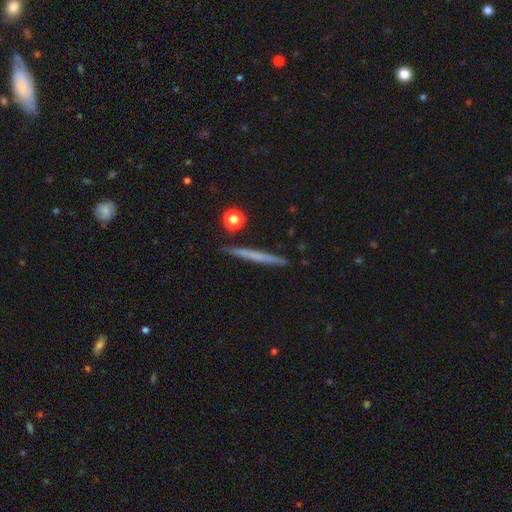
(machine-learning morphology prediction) smooth 48%, featured or disk 46%, star or artifact 6%. Down the decision tree: merging — none (90%).